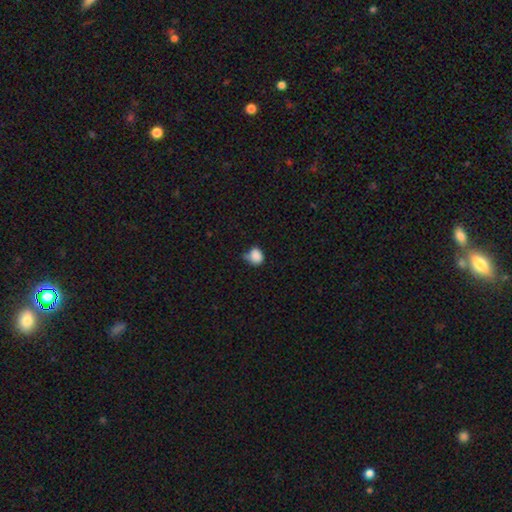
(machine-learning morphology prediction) Q: Smooth or featured?
A: smooth (86%); runner-up: star or artifact (9%)
Q: How rounded?
A: round (57%); runner-up: in between (42%)
Q: Merging?
A: none (42%); runner-up: minor disturbance (38%)